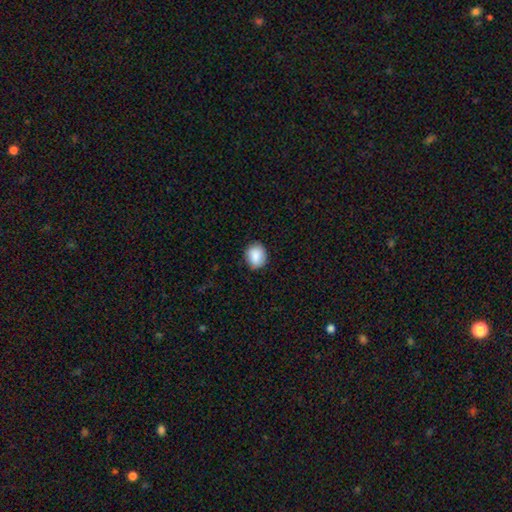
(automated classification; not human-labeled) Smooth or featured?
  - smooth: 88% *
  - star or artifact: 7%
  - featured or disk: 5%
How rounded?
  - round: 60% *
  - in between: 39%
  - cigar-shaped: 1%
Merging?
  - none: 85% *
  - minor disturbance: 12%
  - major disturbance: 2%
  - merger: 1%